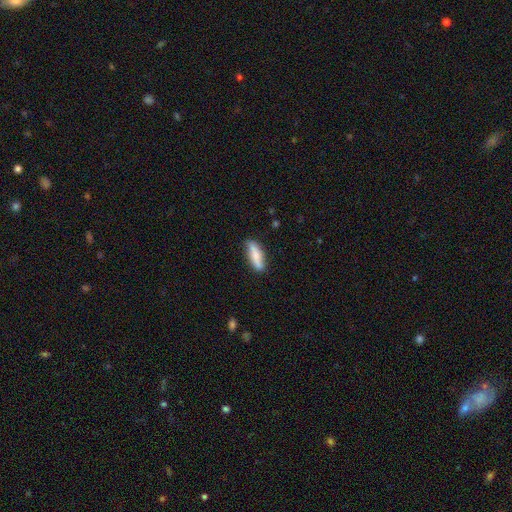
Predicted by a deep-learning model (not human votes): Smooth or featured: smooth — 76% (featured or disk — 18%)
How rounded: cigar-shaped — 59% (in between — 39%)
Merging: none — 81% (minor disturbance — 15%)